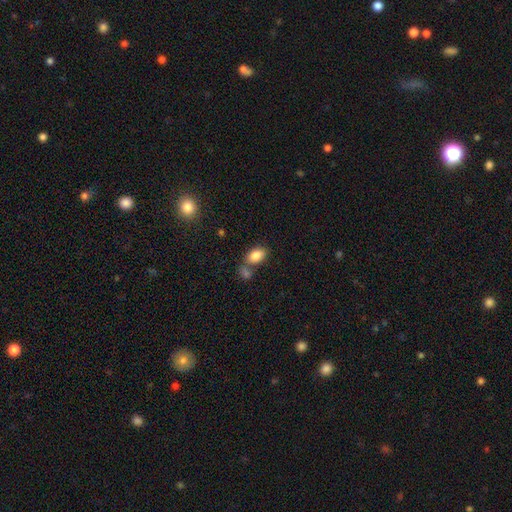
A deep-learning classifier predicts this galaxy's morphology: smooth 86%, star or artifact 8%, featured or disk 7%. Down the decision tree: how rounded — in between (91%); merging — none (54%).